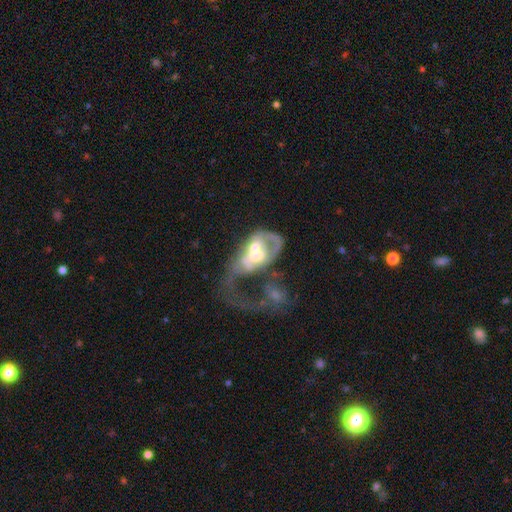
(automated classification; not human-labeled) A featured or disk galaxy (67%) with no bar (73%), no spiral arms (52%) and a moderate central bulge (61%).

Vote fractions:
- Smooth or featured? featured or disk: 67% / smooth: 26% / star or artifact: 7%
- Edge-on disk? no: 95% / yes: 5%
- Bar? no: 73% / weak: 21% / strong: 6%
- Spiral arms? no: 52% / yes: 48%
- Bulge size? moderate: 61% / small: 19% / large: 14% / none: 4% / dominant: 2%
- Merging? merger: 63% / major disturbance: 25% / none: 7% / minor disturbance: 5%